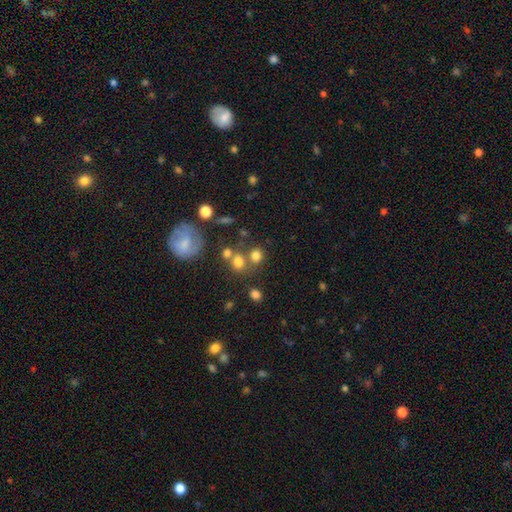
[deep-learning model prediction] A smooth galaxy with no disk features (73%) that is round (79%).

Vote fractions:
- Smooth or featured? smooth: 73% / star or artifact: 16% / featured or disk: 11%
- How rounded? round: 79% / in between: 20% / cigar-shaped: 1%
- Merging? none: 55% / merger: 29% / minor disturbance: 10% / major disturbance: 6%